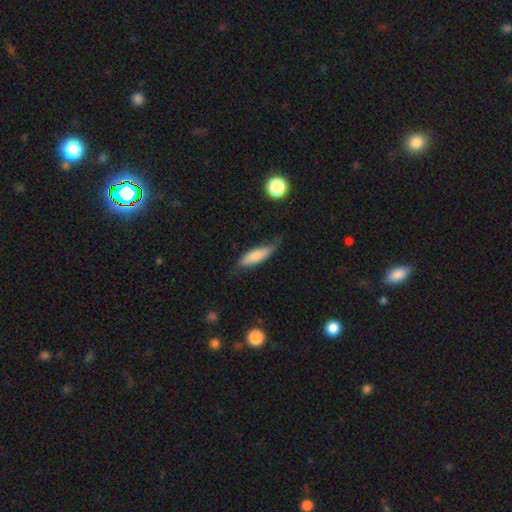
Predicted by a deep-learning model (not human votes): Smooth or featured: smooth — 71% (featured or disk — 23%)
How rounded: in between — 49% (tied with cigar-shaped — 49%)
Merging: none — 53% (minor disturbance — 35%)